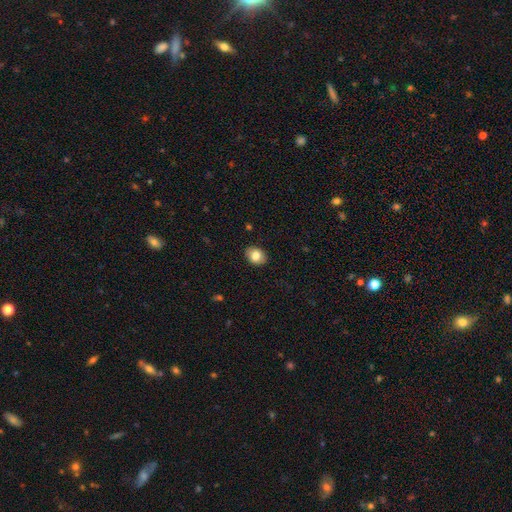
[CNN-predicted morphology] smooth 81%, featured or disk 11%, star or artifact 8%. Down the decision tree: how rounded — in between (68%); merging — none (89%).